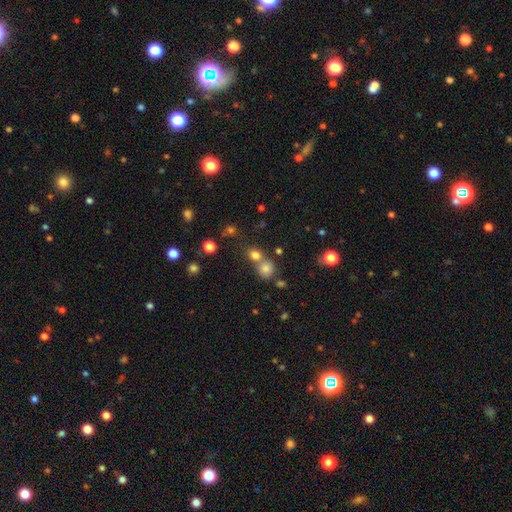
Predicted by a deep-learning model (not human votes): Smooth or featured: smooth — 75% (star or artifact — 18%)
How rounded: round — 83% (in between — 16%)
Merging: none — 53% (merger — 37%)